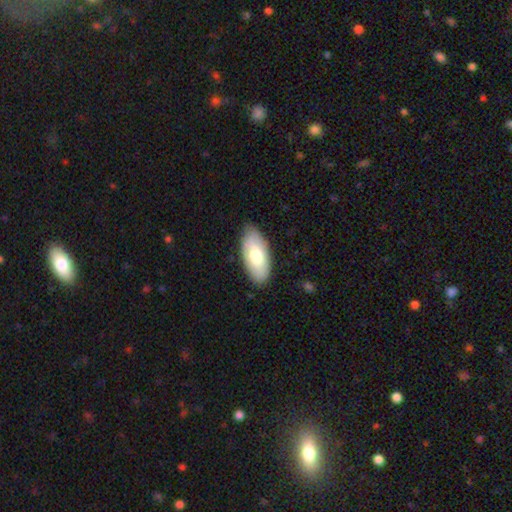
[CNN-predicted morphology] A smooth galaxy with no disk features (71%) that is in between round and cigar-shaped (91%).

Vote fractions:
- Smooth or featured? smooth: 71% / featured or disk: 24% / star or artifact: 6%
- How rounded? in between: 91% / cigar-shaped: 7% / round: 2%
- Merging? none: 83% / minor disturbance: 13% / major disturbance: 3% / merger: 1%